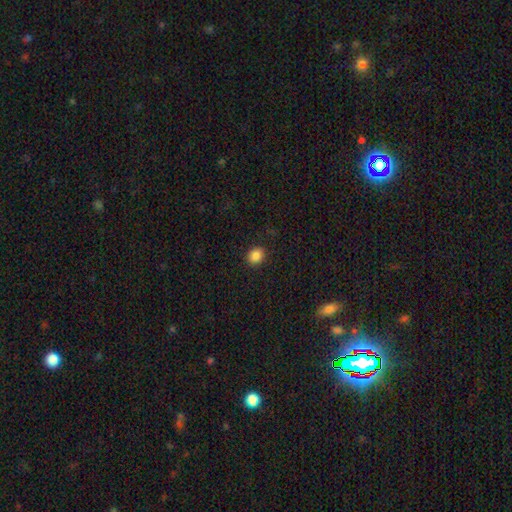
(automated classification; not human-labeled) This appears to be a smooth galaxy with no disk features (86%) that is round (64%). Merging: none (90%).